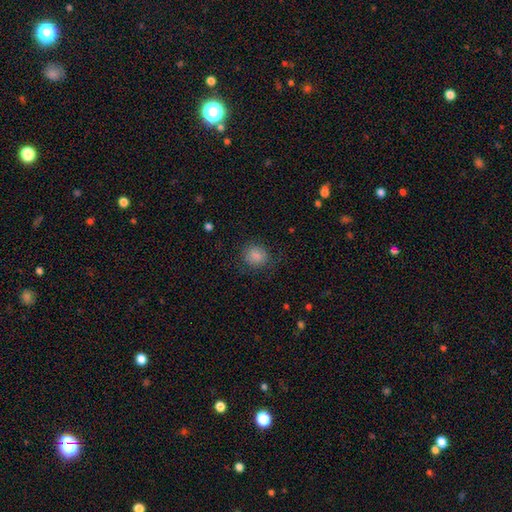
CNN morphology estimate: Q: Smooth or featured?
A: smooth (84%); runner-up: star or artifact (9%)
Q: How rounded?
A: round (73%); runner-up: in between (26%)
Q: Merging?
A: none (76%); runner-up: minor disturbance (16%)